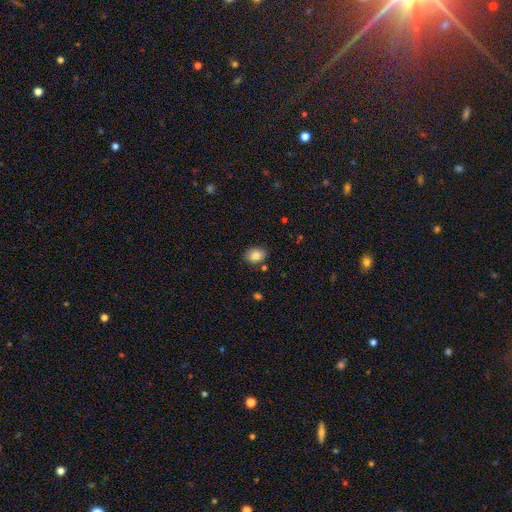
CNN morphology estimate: smooth_or_featured: smooth (p=0.75) [alt: star or artifact p=0.13]
how_rounded: in between (p=0.57) [alt: round p=0.41]
merging: none (p=0.80) [alt: minor disturbance p=0.13]